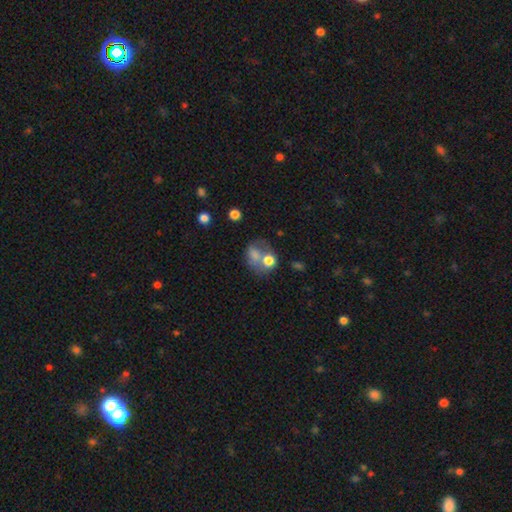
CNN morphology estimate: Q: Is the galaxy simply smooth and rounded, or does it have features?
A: smooth — 65%.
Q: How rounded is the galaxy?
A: in between — 51%.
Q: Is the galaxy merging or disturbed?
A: merger — 49%.